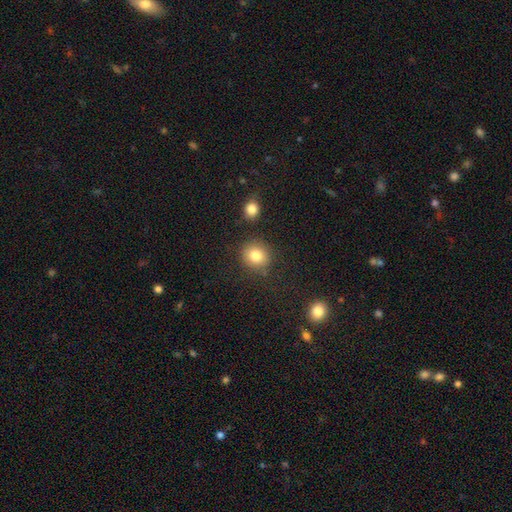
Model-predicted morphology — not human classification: The model was most divided on "how rounded": round: 83%, in between: 16%, cigar-shaped: 1%. More confident: smooth or featured — smooth (83%); merging — none (82%).